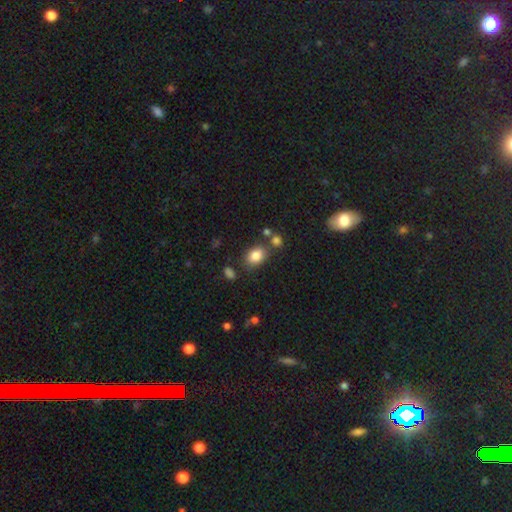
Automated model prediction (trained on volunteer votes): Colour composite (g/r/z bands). It shows a smooth galaxy with no disk features (83%) that is in between round and cigar-shaped (67%). Merging: none (71%).